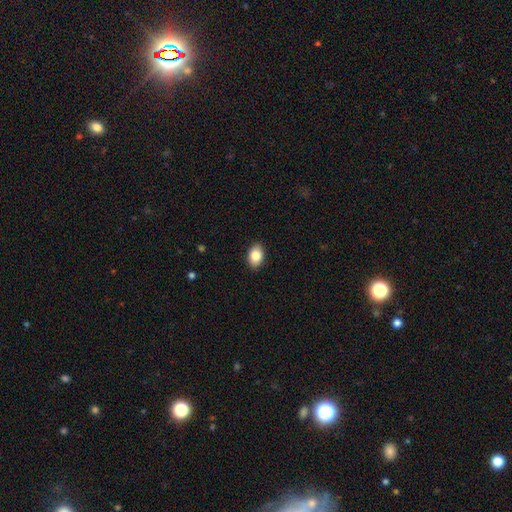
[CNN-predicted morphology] smooth 86%, star or artifact 7%, featured or disk 7%. Down the decision tree: how rounded — in between (85%); merging — none (89%).